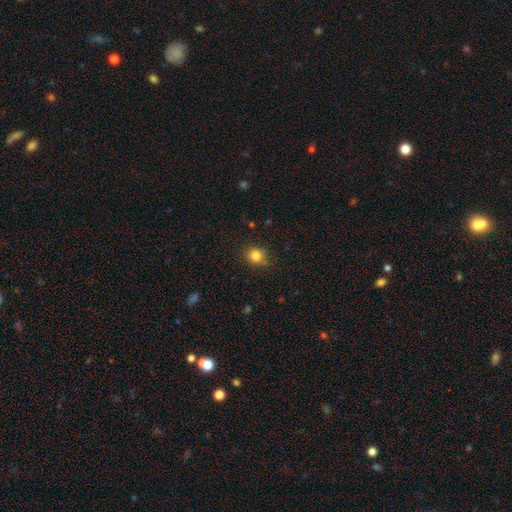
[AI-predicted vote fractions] The model was most divided on "how rounded": round: 82%, in between: 18%, cigar-shaped: 1%. More confident: merging — none (83%); smooth or featured — smooth (83%).